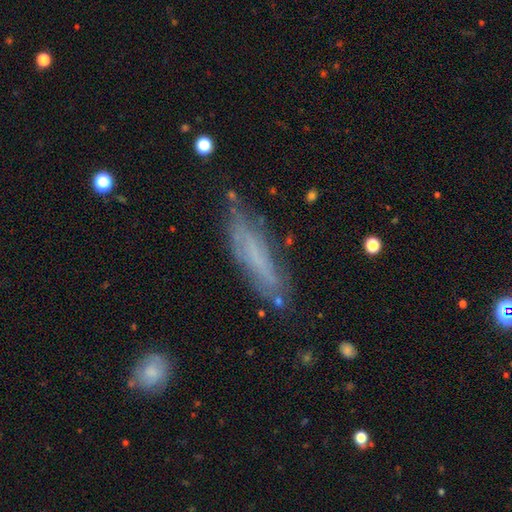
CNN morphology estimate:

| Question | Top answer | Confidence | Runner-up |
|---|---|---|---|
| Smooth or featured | featured or disk | 45% | smooth (44%) |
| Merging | none | 69% | minor disturbance (21%) |